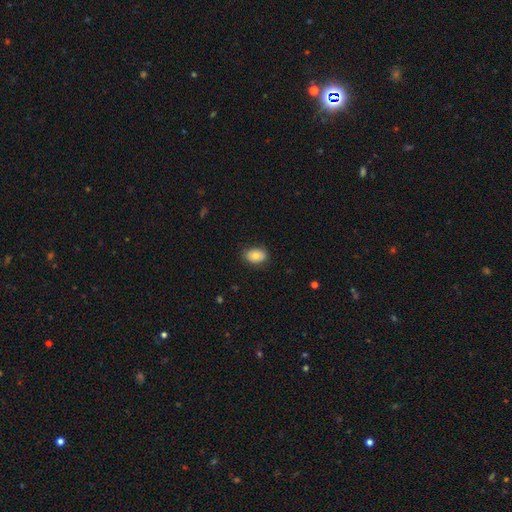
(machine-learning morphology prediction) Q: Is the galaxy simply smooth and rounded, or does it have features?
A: smooth — 76%.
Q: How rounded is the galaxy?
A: in between — 78%.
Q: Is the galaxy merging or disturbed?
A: none — 82%.